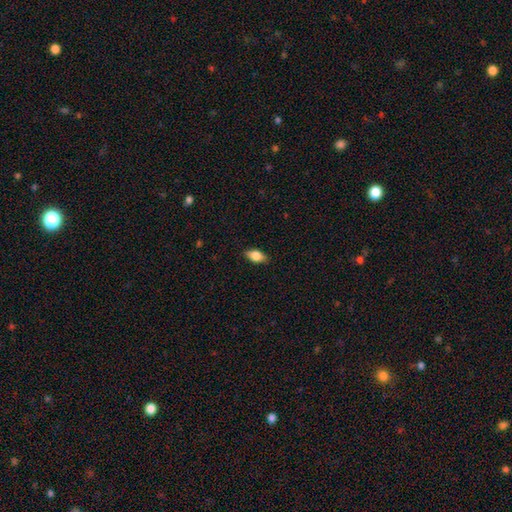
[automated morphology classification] This appears to be a smooth galaxy with no disk features (79%) that is in between round and cigar-shaped (88%). Merging: none (87%).